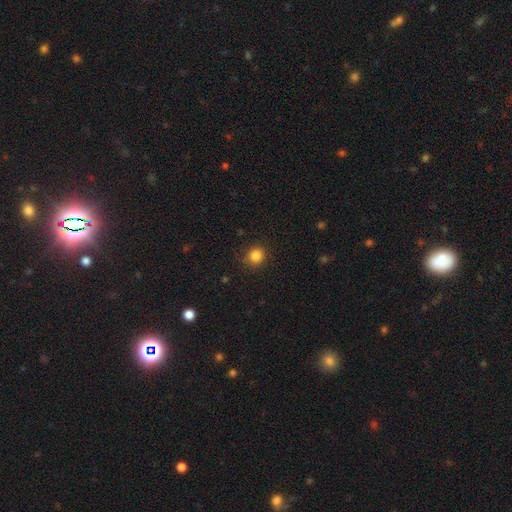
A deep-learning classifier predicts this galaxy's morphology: Overall: smooth (84%). How rounded: round (86%). Merging: none (86%).